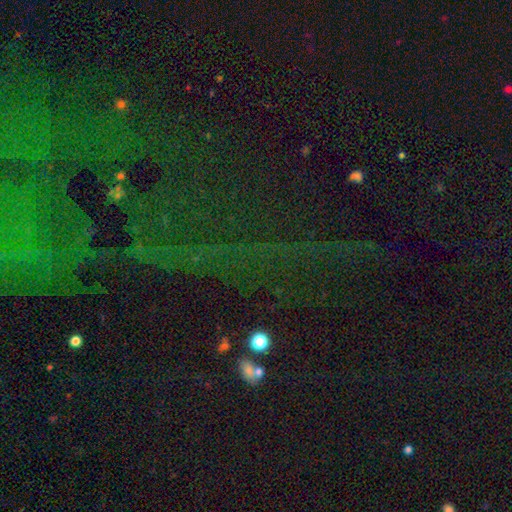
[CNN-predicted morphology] star or artifact 79%, smooth 11%, featured or disk 10%.